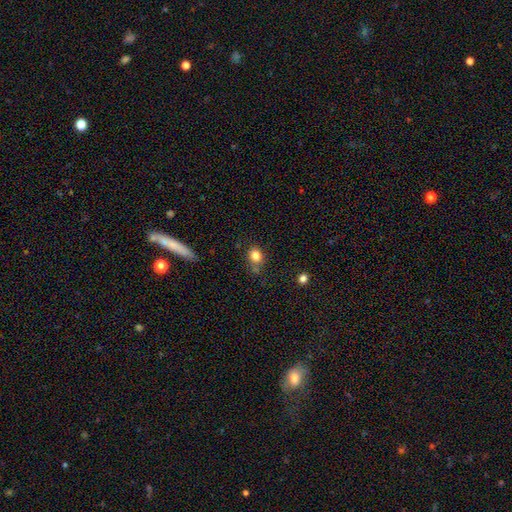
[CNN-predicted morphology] This is clearly a smooth galaxy (82%). How rounded: likely round (61%). Merging: likely none (72%).